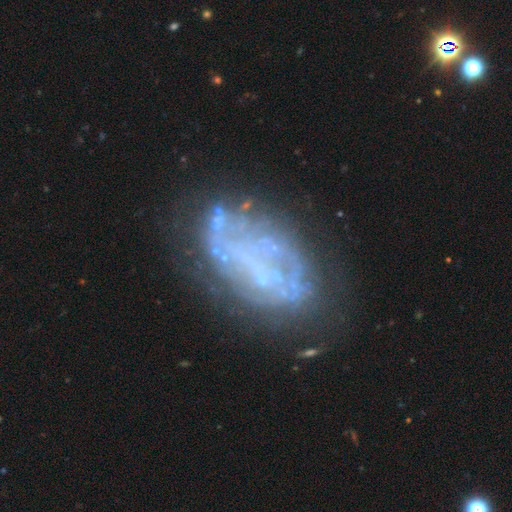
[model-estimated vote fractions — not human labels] featured or disk 73%, smooth 16%, star or artifact 11%. Down the decision tree: edge-on disk — no (97%); bar — no (72%); spiral arms — no (69%); bulge size — none (65%); merging — none (52%).